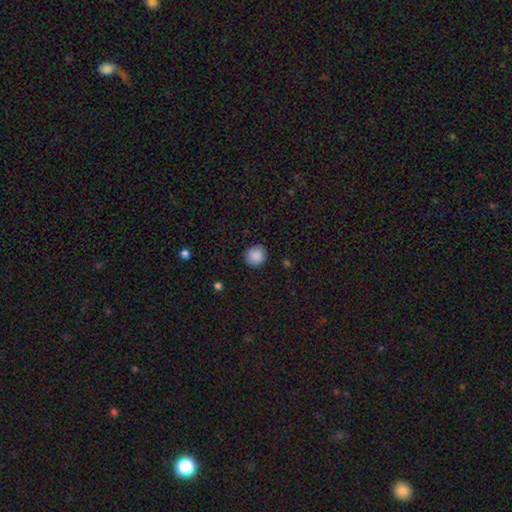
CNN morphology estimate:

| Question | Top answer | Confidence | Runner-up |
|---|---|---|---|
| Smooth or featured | smooth | 88% | star or artifact (9%) |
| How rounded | round | 90% | in between (9%) |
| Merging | none | 89% | minor disturbance (8%) |